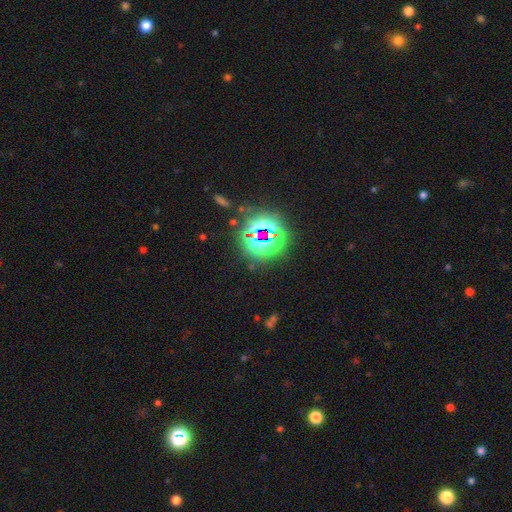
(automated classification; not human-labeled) Q: Smooth or featured?
A: star or artifact (81%); runner-up: smooth (12%)